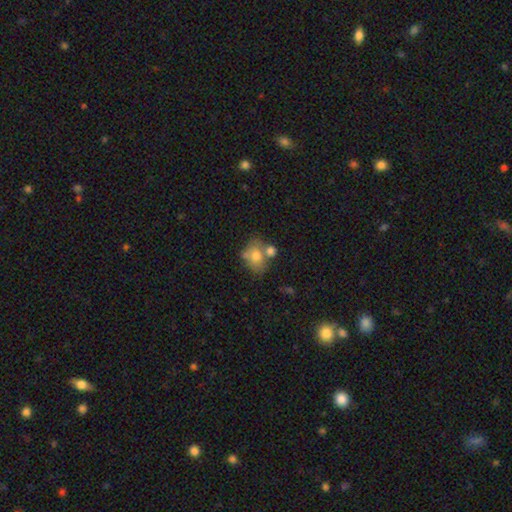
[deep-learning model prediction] The model was most divided on "merging": none: 41%, merger: 36%, minor disturbance: 16%, major disturbance: 7%. More confident: smooth or featured — smooth (67%); how rounded — in between (54%).